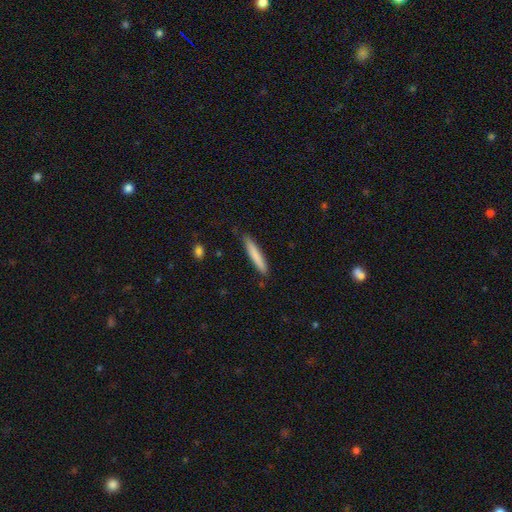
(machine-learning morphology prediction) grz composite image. It shows a smooth galaxy with no disk features (80%) that is cigar-shaped (94%). Merging: none (84%).